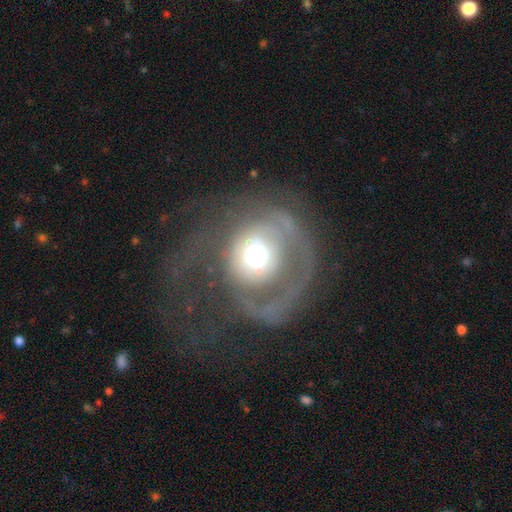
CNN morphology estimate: Smooth or featured?
  - featured or disk: 62% *
  - smooth: 28%
  - star or artifact: 9%
Edge-on disk?
  - no: 97% *
  - yes: 3%
Bar?
  - no: 77% *
  - weak: 17%
  - strong: 6%
Spiral arms?
  - yes: 59% *
  - no: 41%
Bulge size?
  - moderate: 56% *
  - large: 28%
  - small: 9%
  - dominant: 6%
  - none: 1%
Merging?
  - major disturbance: 54% *
  - none: 30%
  - minor disturbance: 13%
  - merger: 3%